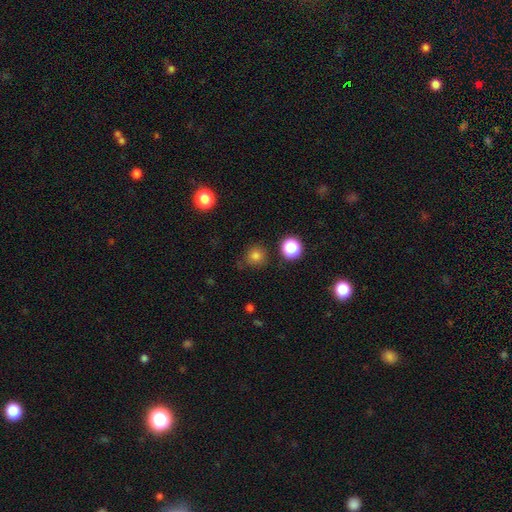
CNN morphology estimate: type=smooth (78%); roundness=round (92%); merging=none (80%).